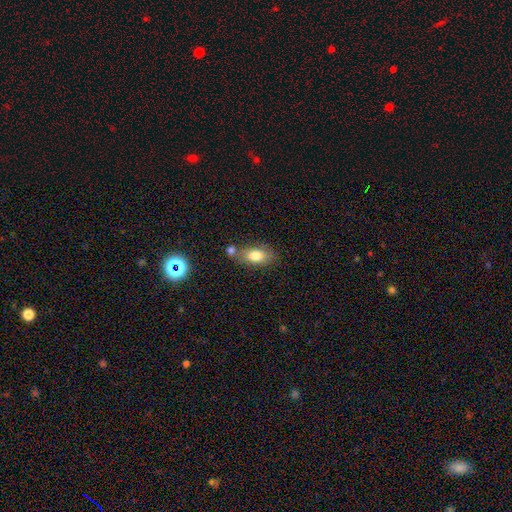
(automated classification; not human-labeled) The model was most divided on "merging": none: 57%, merger: 23%, minor disturbance: 15%, major disturbance: 5%. More confident: how rounded — in between (85%); smooth or featured — smooth (79%).